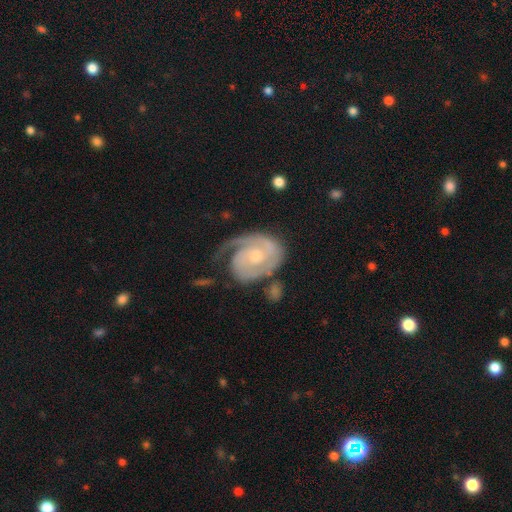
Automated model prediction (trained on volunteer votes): smooth-or-featured: featured or disk: 87% | smooth: 9% | star or artifact: 4%
  disk-edge-on: no: 97% | yes: 3%
    bar: no: 68% | weak: 27% | strong: 5%
    has-spiral-arms: yes: 96% | no: 4%
      spiral-winding: tight: 61% | medium: 30% | loose: 9%
      spiral-arm-count: 2: 41% | 1: 39% | can't tell: 10% | 3: 6% | 4: 2% | more than 4: 2%
    bulge-size: moderate: 52% | small: 41% | large: 3% | none: 2% | dominant: 1%
  merging: none: 54% | minor disturbance: 23% | major disturbance: 19% | merger: 5%